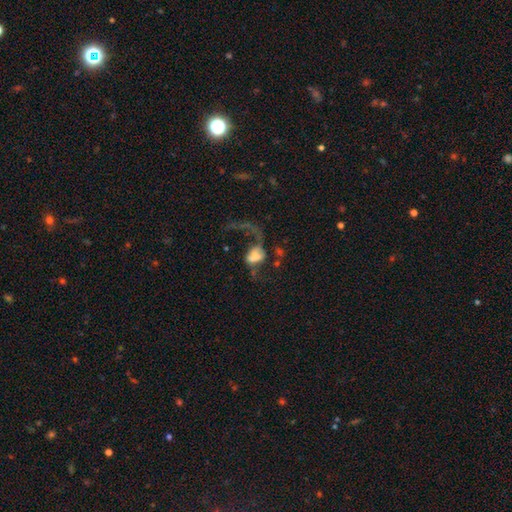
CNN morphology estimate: Smooth or featured? featured or disk (52%)
Edge-on disk? no (96%)
Merging? major disturbance (56%)